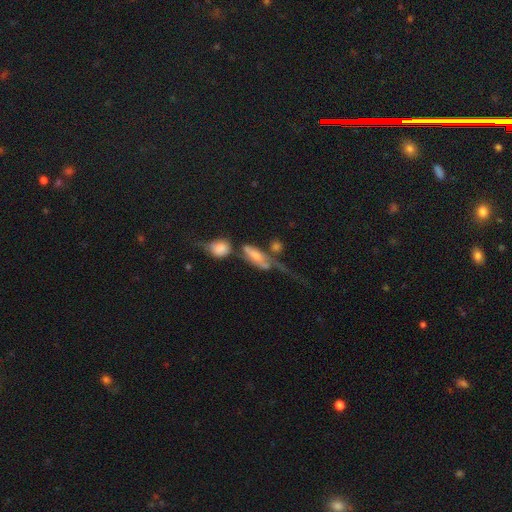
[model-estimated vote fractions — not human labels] smooth 48%, featured or disk 43%, star or artifact 9%. Down the decision tree: merging — merger (35%).